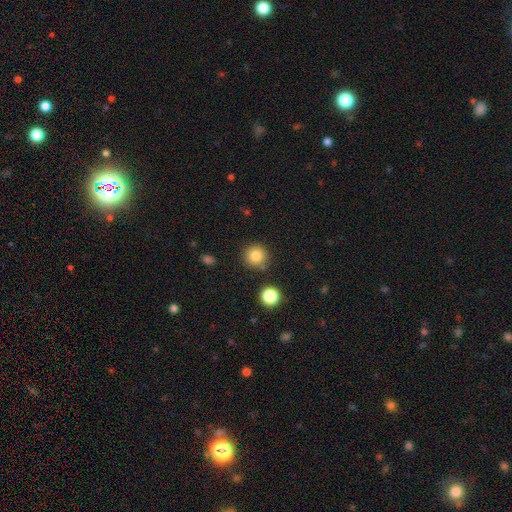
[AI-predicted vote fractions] Smooth or featured? smooth (83%)
How rounded? round (94%)
Merging? none (84%)